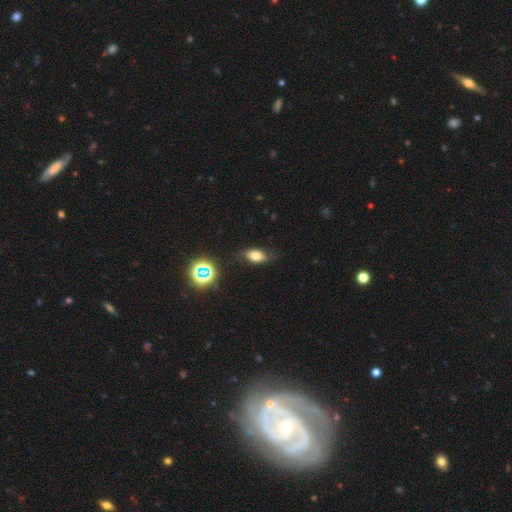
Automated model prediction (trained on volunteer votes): Smooth or featured? smooth (70%)
How rounded? in between (86%)
Merging? none (74%)